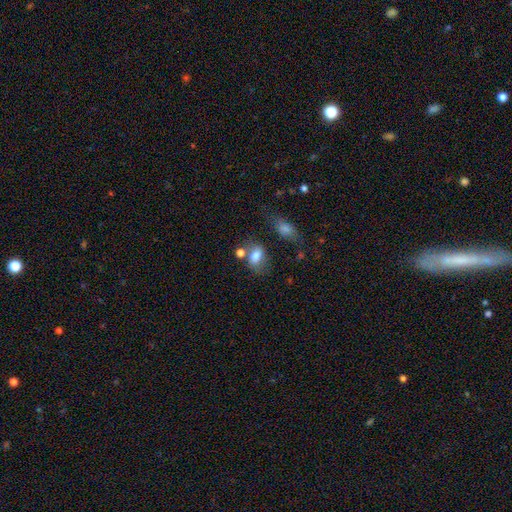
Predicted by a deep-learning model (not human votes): Morphology: type=smooth (77%); roundness=in between (77%); merging=none (51%).